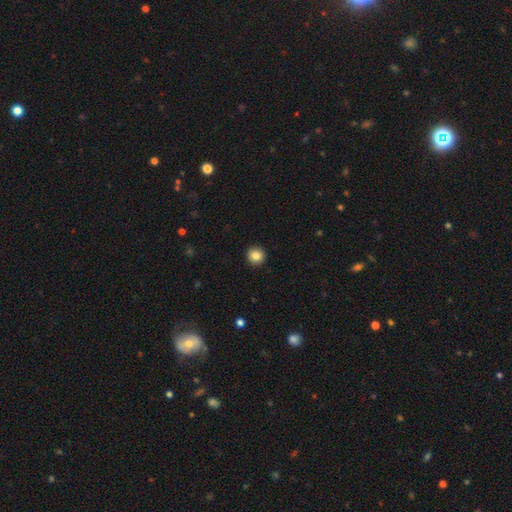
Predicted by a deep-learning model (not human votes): This is clearly a smooth galaxy (85%). How rounded: clearly round (94%). Merging: clearly none (93%).